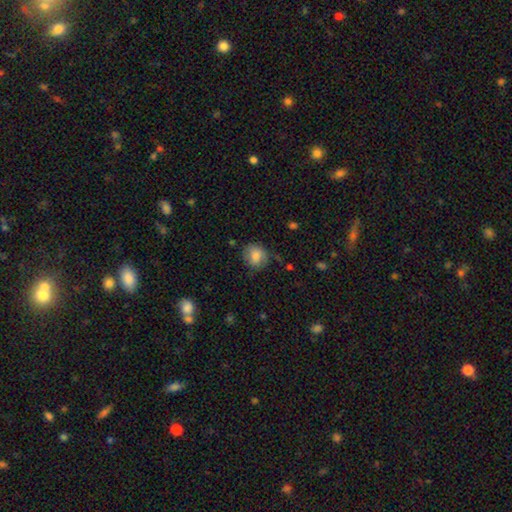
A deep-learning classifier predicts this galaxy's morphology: Smooth or featured? Predicted: smooth (p=0.81). How rounded? Predicted: round (p=0.75). Merging? Predicted: none (p=0.73).